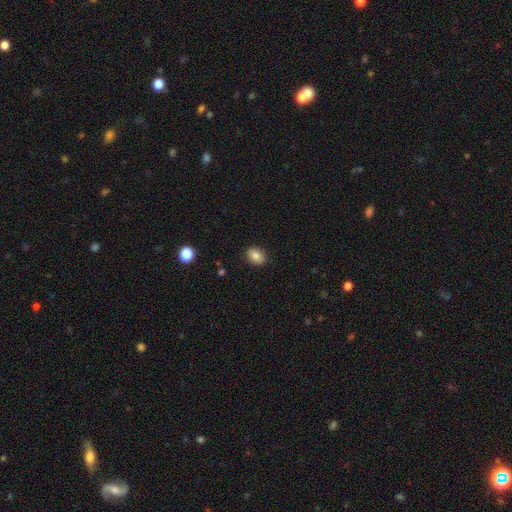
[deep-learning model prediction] Morphology: type=smooth (85%); roundness=in between (69%); merging=none (88%).